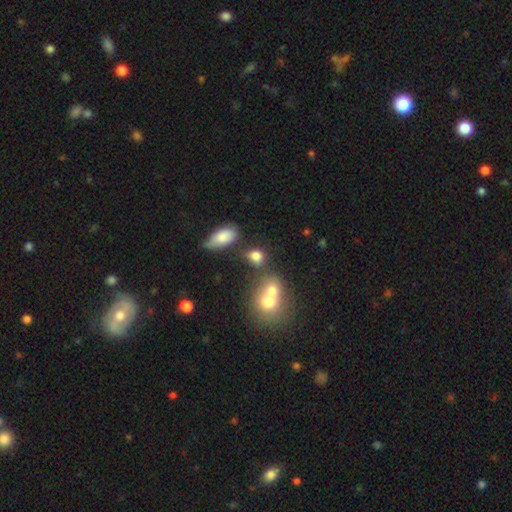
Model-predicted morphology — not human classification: Q: Smooth or featured?
A: smooth (77%); runner-up: star or artifact (13%)
Q: How rounded?
A: in between (57%); runner-up: round (40%)
Q: Merging?
A: none (54%); runner-up: merger (22%)